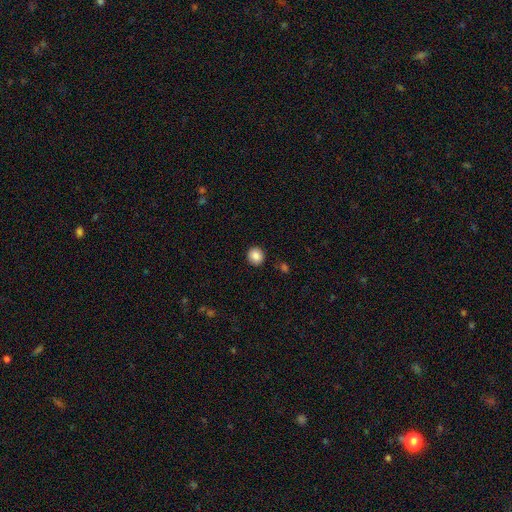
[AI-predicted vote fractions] smooth-or-featured: smooth: 87% | star or artifact: 9% | featured or disk: 4%
  how-rounded: round: 85% | in between: 14% | cigar-shaped: 1%
  merging: none: 91% | minor disturbance: 6% | major disturbance: 2% | merger: 1%